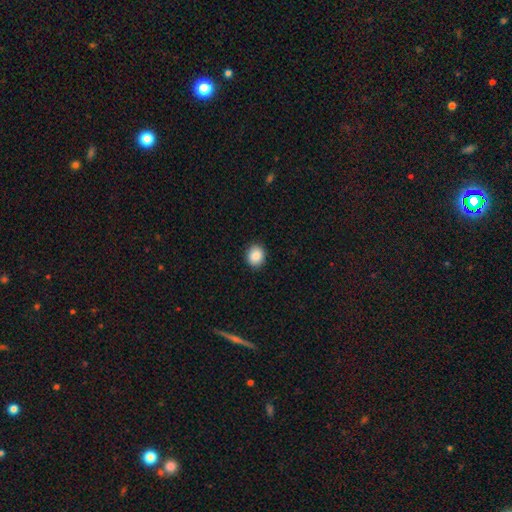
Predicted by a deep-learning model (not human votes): A smooth galaxy with no disk features (88%) that is round (69%).

Vote fractions:
- Smooth or featured? smooth: 88% / star or artifact: 8% / featured or disk: 4%
- How rounded? round: 69% / in between: 30% / cigar-shaped: 1%
- Merging? none: 91% / minor disturbance: 7% / major disturbance: 2% / merger: 1%